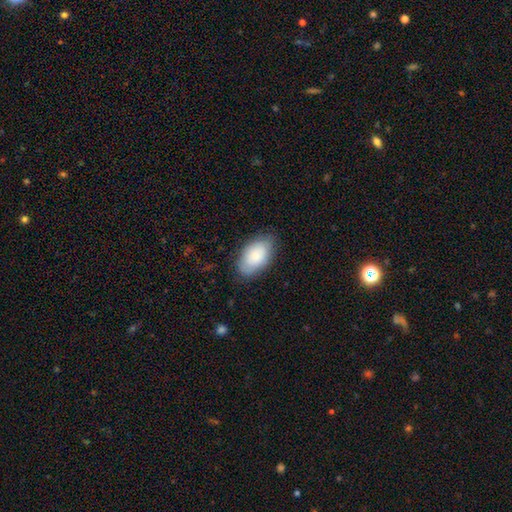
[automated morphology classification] This appears to be a smooth galaxy with no disk features (83%) that is in between round and cigar-shaped (94%). Merging: none (79%).